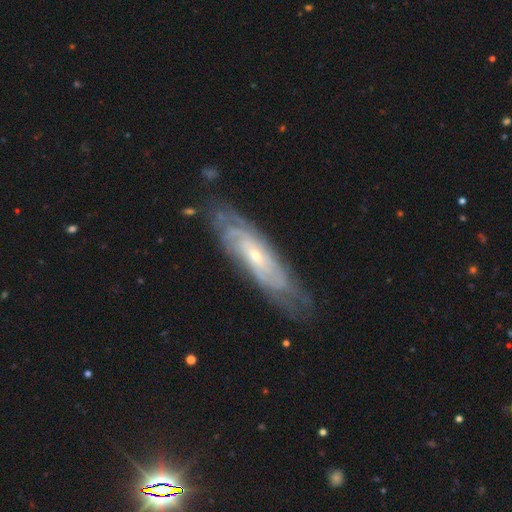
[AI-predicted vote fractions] Morphology: type=featured or disk (82%); edge-on=no (81%); bar=no (69%); spiral arms=yes (92%); winding=tight (72%); arm count=can't tell (55%); bulge=small (72%); merging=none (74%).